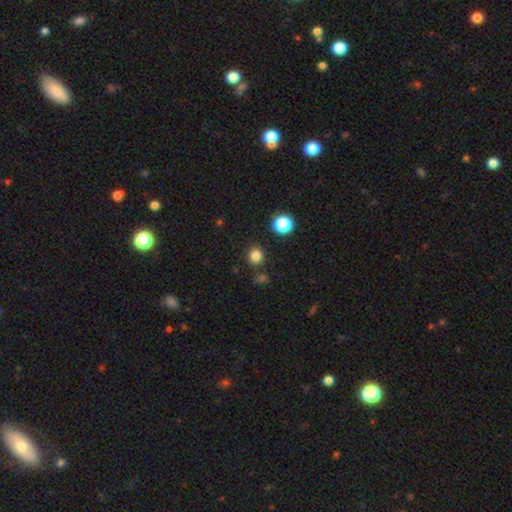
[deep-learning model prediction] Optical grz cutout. It shows a smooth galaxy with no disk features (80%) that is round (91%). Merging: none (86%).